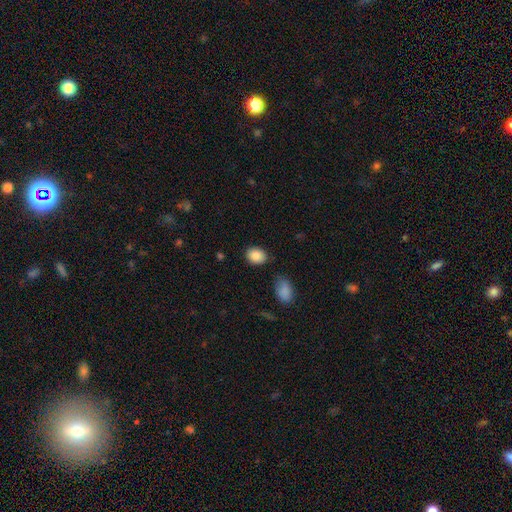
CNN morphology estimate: Smooth or featured?
  - smooth: 85% *
  - star or artifact: 8%
  - featured or disk: 7%
How rounded?
  - in between: 56% *
  - round: 43%
  - cigar-shaped: 1%
Merging?
  - none: 82% *
  - minor disturbance: 12%
  - merger: 3%
  - major disturbance: 3%